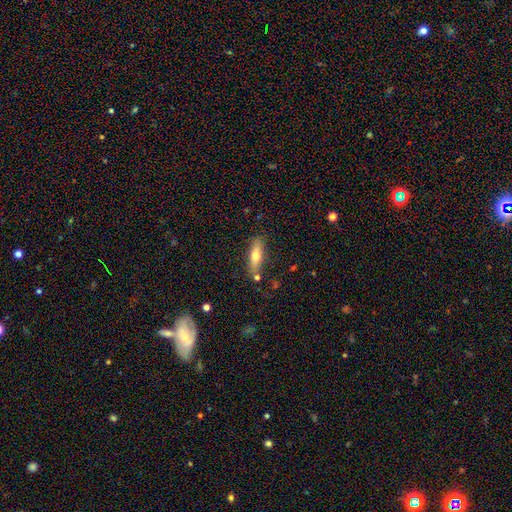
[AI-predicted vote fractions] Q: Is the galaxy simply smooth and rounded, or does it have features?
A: smooth — 65%.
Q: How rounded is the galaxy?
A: cigar-shaped — 59%.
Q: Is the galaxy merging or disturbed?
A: none — 78%.